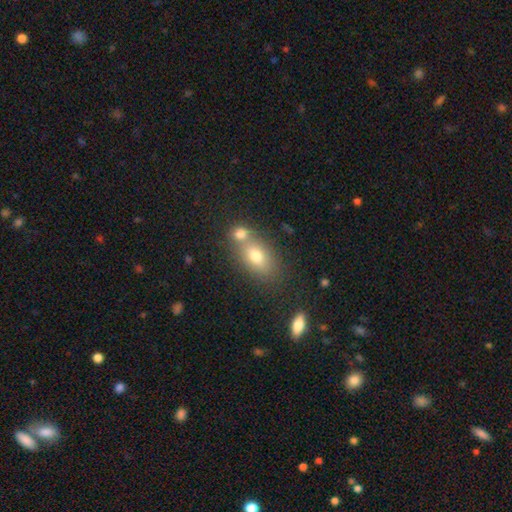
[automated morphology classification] A smooth galaxy with no disk features (73%) that is in between round and cigar-shaped (81%). Merging: none (45%).